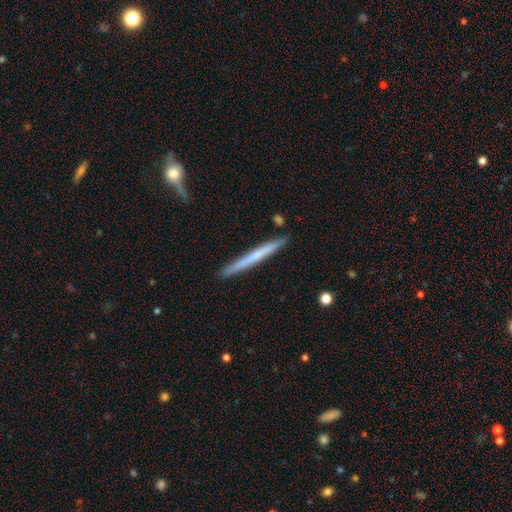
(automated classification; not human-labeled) This appears to be a featured or disk galaxy (50%). Merging: none (89%).